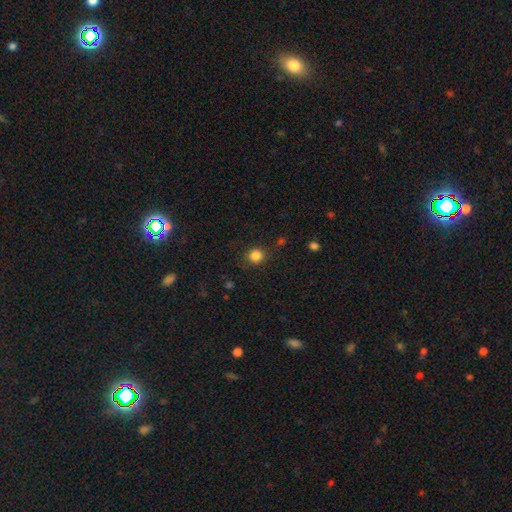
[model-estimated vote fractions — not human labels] This appears to be a smooth galaxy with no disk features (84%) that is round (86%). Merging: none (84%).